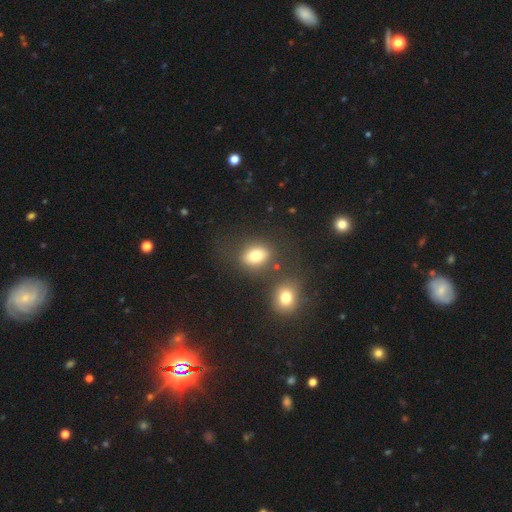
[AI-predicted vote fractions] Q: Smooth or featured?
A: smooth (78%); runner-up: star or artifact (12%)
Q: How rounded?
A: in between (64%); runner-up: round (34%)
Q: Merging?
A: none (66%); runner-up: merger (15%)